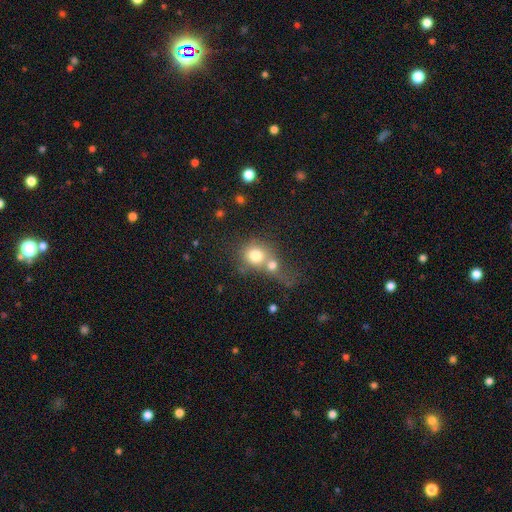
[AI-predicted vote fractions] smooth 75%, featured or disk 14%, star or artifact 10%. Down the decision tree: how rounded — round (78%); merging — merger (64%).